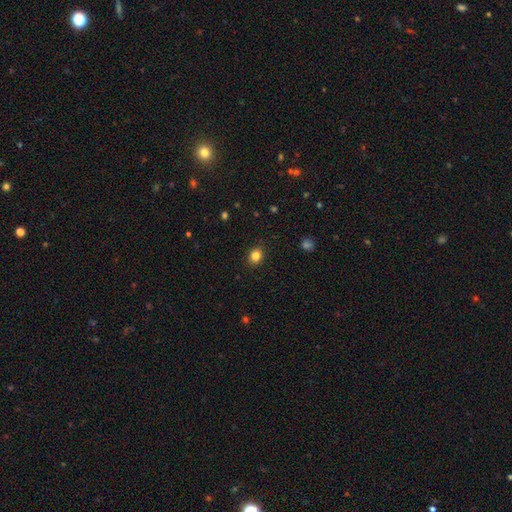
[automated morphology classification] Smooth or featured? Predicted: smooth (p=0.84). How rounded? Predicted: round (p=0.61). Merging? Predicted: none (p=0.89).